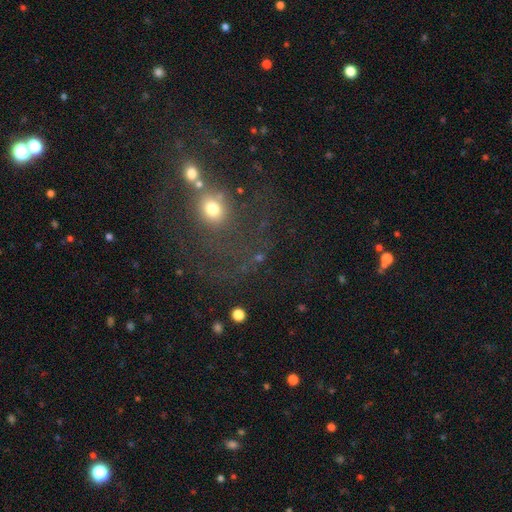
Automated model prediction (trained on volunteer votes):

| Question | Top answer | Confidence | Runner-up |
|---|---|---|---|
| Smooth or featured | smooth | 38% | featured or disk (35%) |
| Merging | none | 37% | merger (30%) |